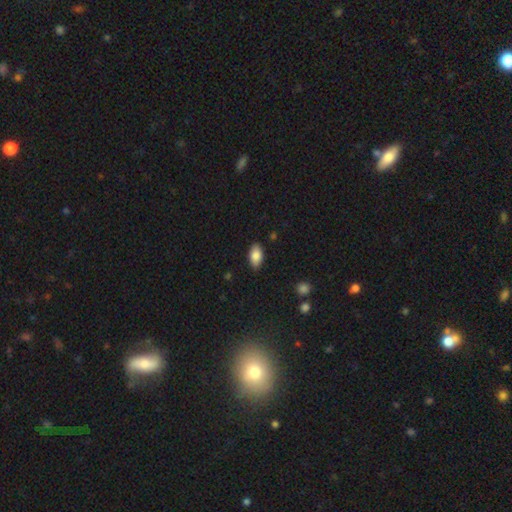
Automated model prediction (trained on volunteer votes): smooth 84%, featured or disk 8%, star or artifact 7%. Down the decision tree: how rounded — in between (92%); merging — none (86%).